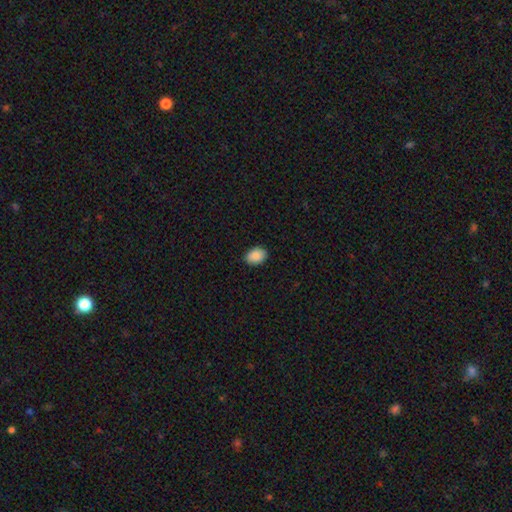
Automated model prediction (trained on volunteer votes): Smooth or featured? Predicted: smooth (p=0.89). How rounded? Predicted: in between (p=0.76). Merging? Predicted: none (p=0.87).